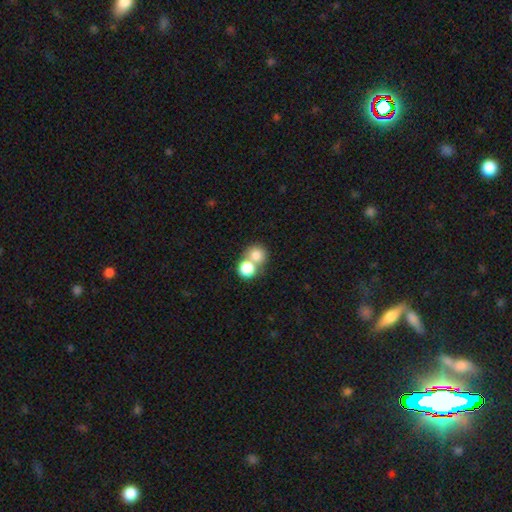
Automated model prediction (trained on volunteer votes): Morphology: type=smooth (78%); roundness=round (82%); merging=merger (57%).